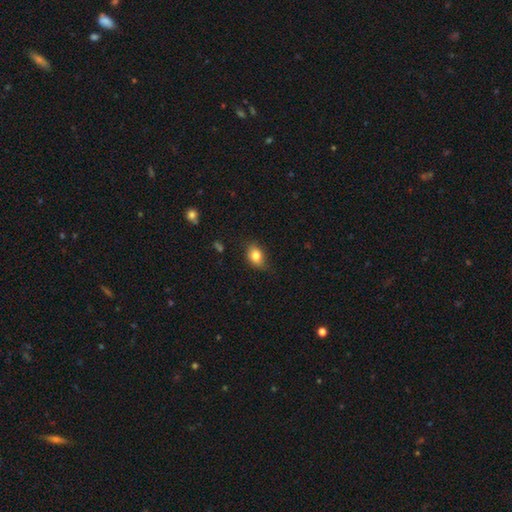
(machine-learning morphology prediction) The model was most divided on "merging": none: 73%, minor disturbance: 22%, major disturbance: 4%, merger: 1%. More confident: smooth or featured — smooth (80%); how rounded — in between (77%).